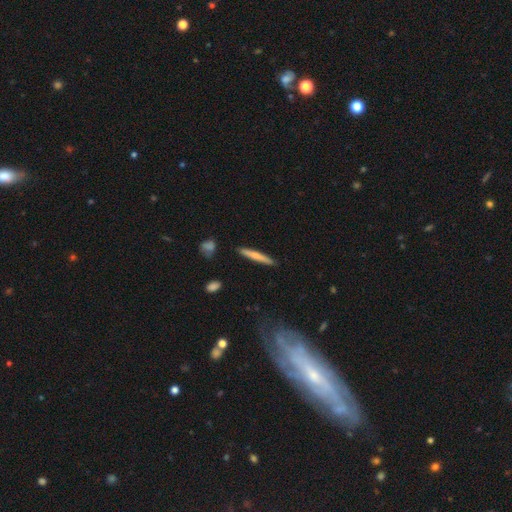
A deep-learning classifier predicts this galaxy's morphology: Smooth or featured? smooth (65%)
How rounded? cigar-shaped (94%)
Merging? none (89%)